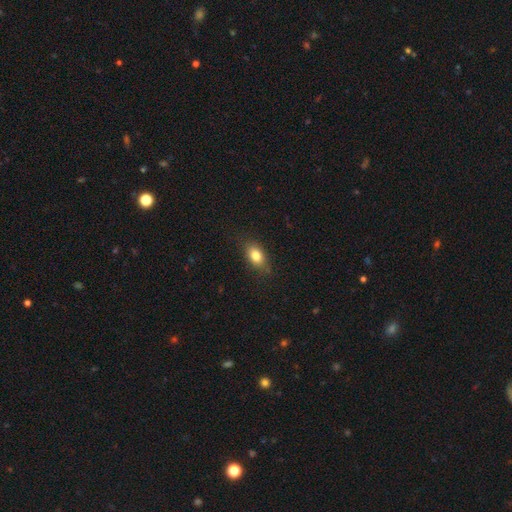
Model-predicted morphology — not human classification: Smooth or featured?
  - smooth: 81% *
  - featured or disk: 10%
  - star or artifact: 9%
How rounded?
  - in between: 81% *
  - round: 15%
  - cigar-shaped: 4%
Merging?
  - none: 80% *
  - minor disturbance: 15%
  - major disturbance: 4%
  - merger: 1%